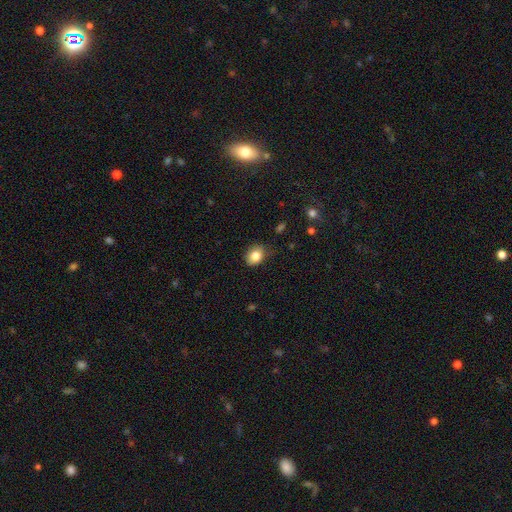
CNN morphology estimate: Smooth or featured? smooth (83%)
How rounded? in between (57%)
Merging? none (74%)